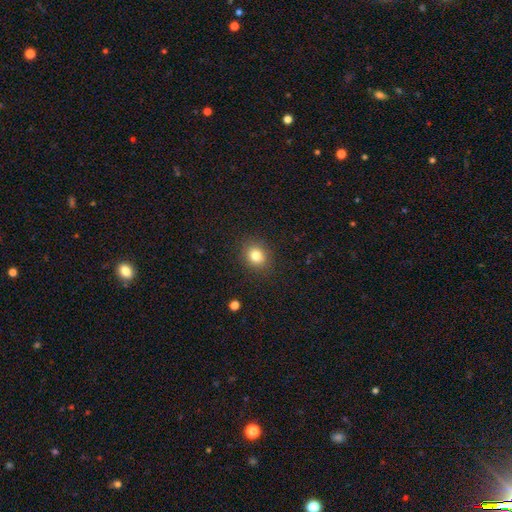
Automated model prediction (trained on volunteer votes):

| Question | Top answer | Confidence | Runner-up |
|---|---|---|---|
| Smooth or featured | smooth | 81% | star or artifact (11%) |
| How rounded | round | 67% | in between (32%) |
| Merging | none | 88% | minor disturbance (8%) |